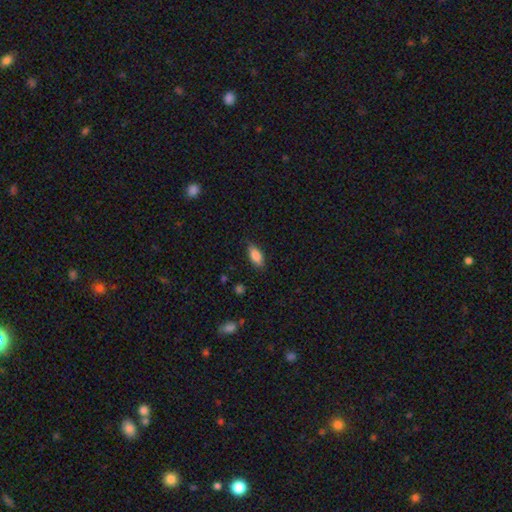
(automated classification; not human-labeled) Smooth or featured? Predicted: smooth (p=0.84). How rounded? Predicted: in between (p=0.87). Merging? Predicted: none (p=0.81).